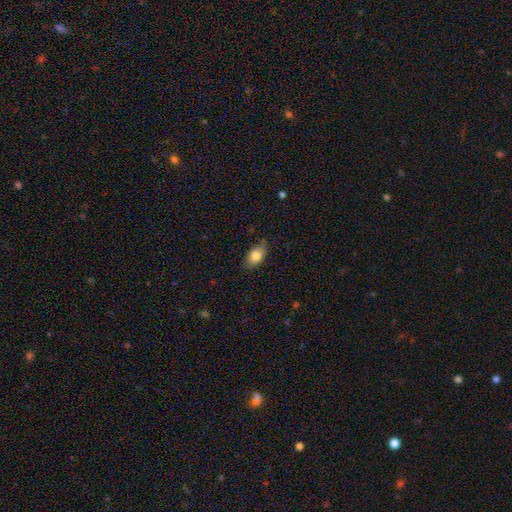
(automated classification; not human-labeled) A smooth galaxy with no disk features (83%) that is in between round and cigar-shaped (88%). Merging: none (77%).